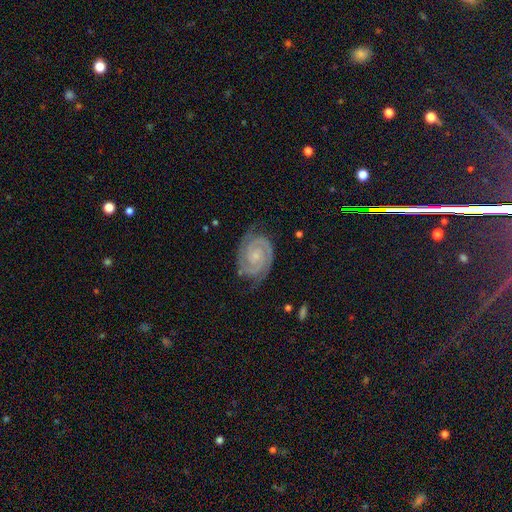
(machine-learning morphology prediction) type=featured or disk (91%); edge-on=no (98%); bar=no (65%); spiral arms=yes (99%); winding=tight (75%); arm count=2 (89%); bulge=small (67%); merging=none (80%).